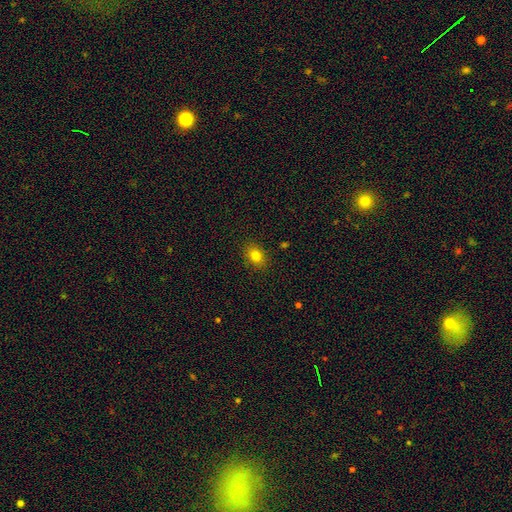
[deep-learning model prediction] This appears to be a smooth galaxy with no disk features (80%) that is in between round and cigar-shaped (63%). Merging: none (88%).